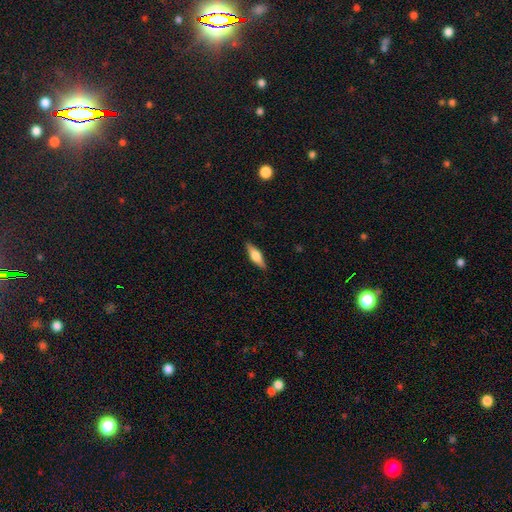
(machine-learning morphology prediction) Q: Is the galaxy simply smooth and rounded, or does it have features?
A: smooth — 53%.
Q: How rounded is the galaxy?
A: cigar-shaped — 55%.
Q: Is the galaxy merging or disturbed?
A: none — 89%.